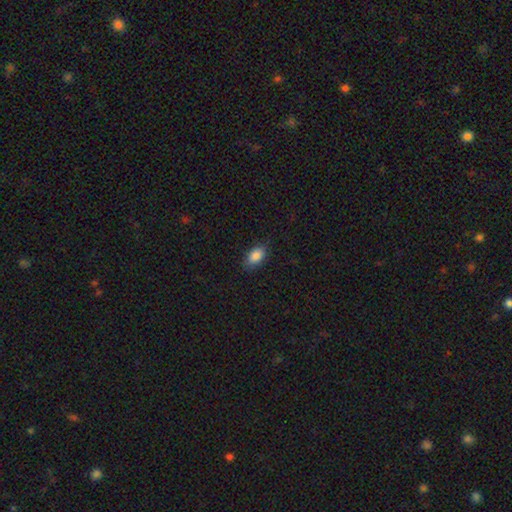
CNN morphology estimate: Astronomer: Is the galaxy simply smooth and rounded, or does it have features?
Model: smooth — 87%.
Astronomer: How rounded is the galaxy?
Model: in between — 90%.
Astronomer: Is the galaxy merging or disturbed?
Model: none — 83%.